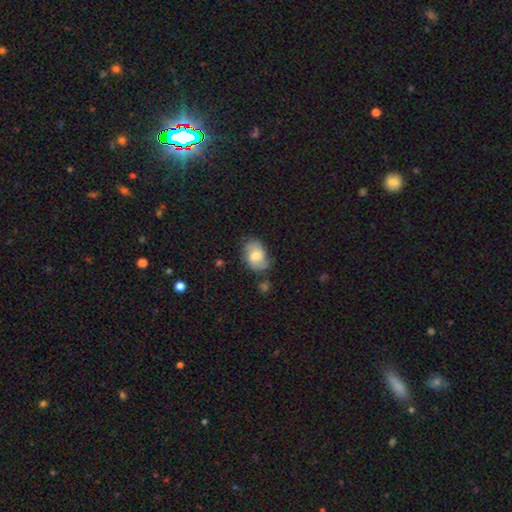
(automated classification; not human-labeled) This appears to be a smooth galaxy with no disk features (64%) that is in between round and cigar-shaped (80%). Merging: none (55%).